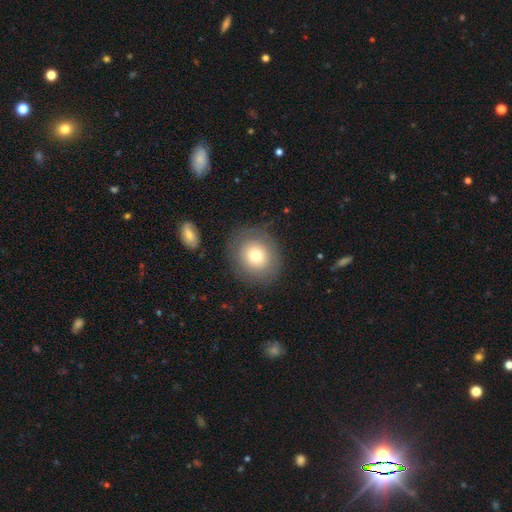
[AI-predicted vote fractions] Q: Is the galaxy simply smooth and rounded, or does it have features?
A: smooth — 71%.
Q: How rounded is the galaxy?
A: round — 81%.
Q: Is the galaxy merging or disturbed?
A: none — 83%.